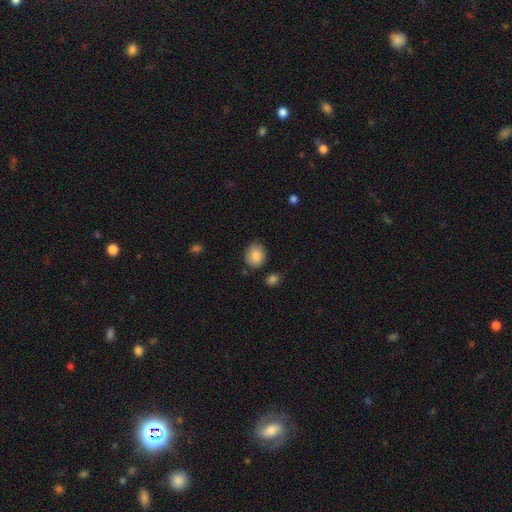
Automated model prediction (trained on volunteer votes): The model was most divided on "how rounded": round: 63%, in between: 36%, cigar-shaped: 1%. More confident: smooth or featured — smooth (85%); merging — none (80%).